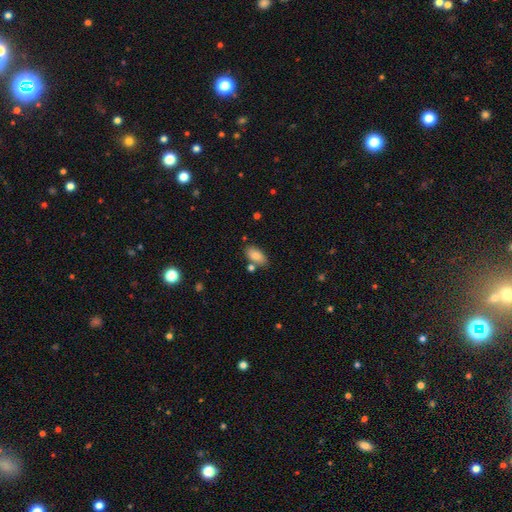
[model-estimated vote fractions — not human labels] Smooth or featured? Predicted: smooth (p=0.83). How rounded? Predicted: in between (p=0.92). Merging? Predicted: none (p=0.75).